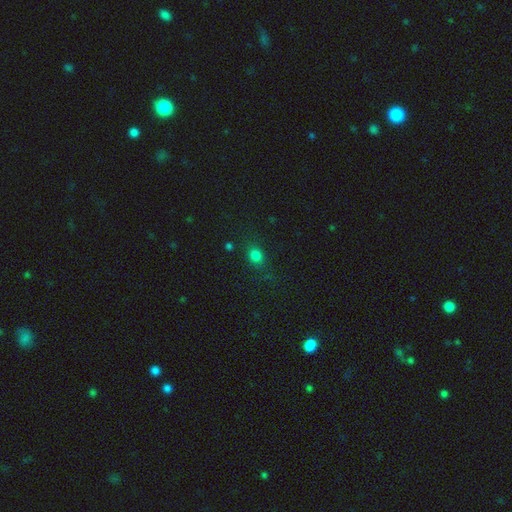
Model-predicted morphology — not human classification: A smooth galaxy with no disk features (77%) that is round (55%).

Vote fractions:
- Smooth or featured? smooth: 77% / star or artifact: 16% / featured or disk: 6%
- How rounded? round: 55% / in between: 42% / cigar-shaped: 2%
- Merging? none: 78% / minor disturbance: 14% / major disturbance: 6% / merger: 3%